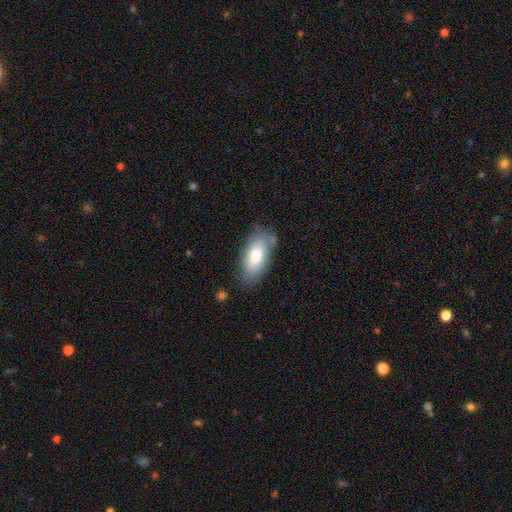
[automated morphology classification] smooth_or_featured: smooth (p=0.76) [alt: featured or disk p=0.17]
how_rounded: in between (p=0.90) [alt: cigar-shaped p=0.08]
merging: none (p=0.73) [alt: minor disturbance p=0.19]